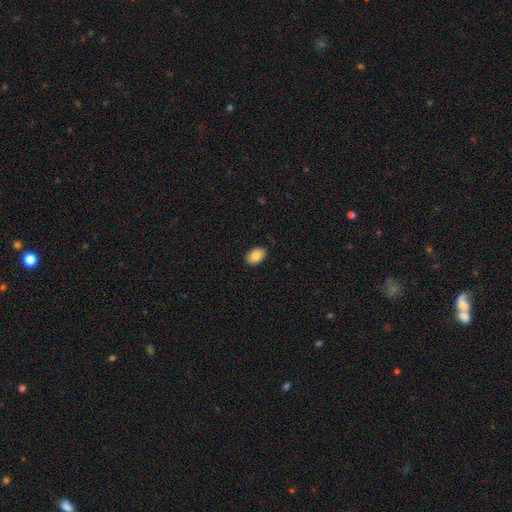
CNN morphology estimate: This appears to be a smooth galaxy with no disk features (85%) that is in between round and cigar-shaped (87%). Merging: none (88%).